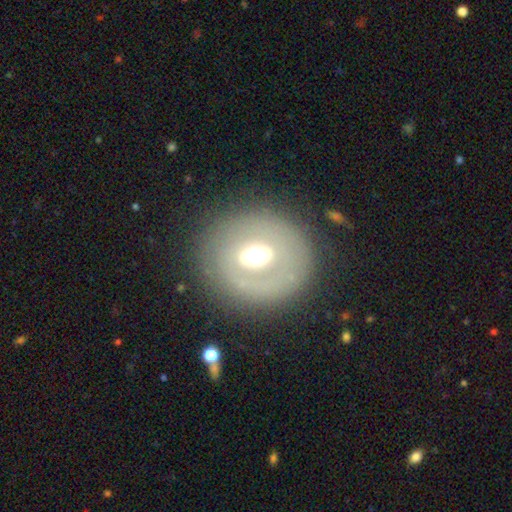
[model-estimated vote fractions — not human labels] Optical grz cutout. It shows a featured or disk galaxy (51%). Merging: none (77%).